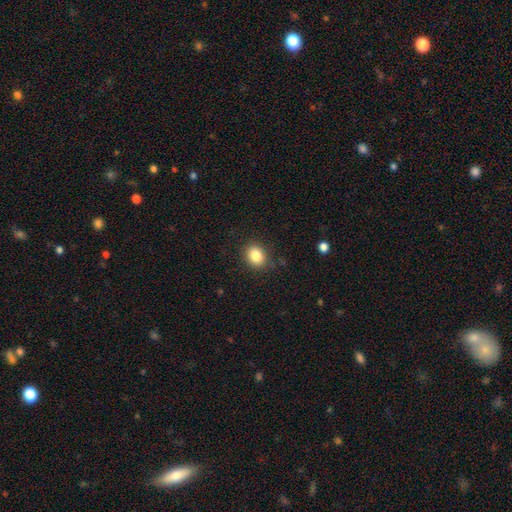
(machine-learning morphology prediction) A smooth galaxy with no disk features (84%) that is round (52%). Merging: none (86%).